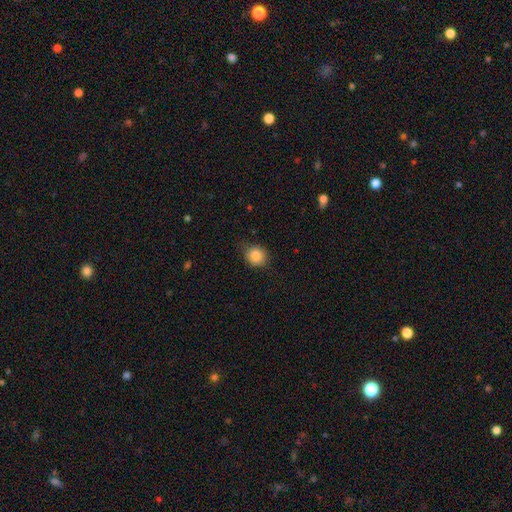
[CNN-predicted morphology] A smooth galaxy with no disk features (87%) that is round (80%). Merging: none (78%).